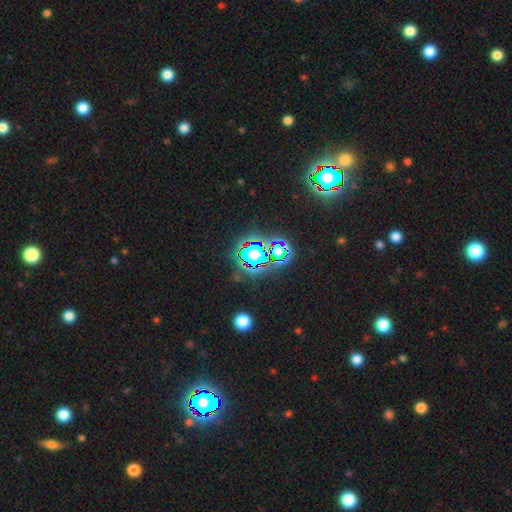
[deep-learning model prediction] star or artifact 66%, smooth 21%, featured or disk 13%.